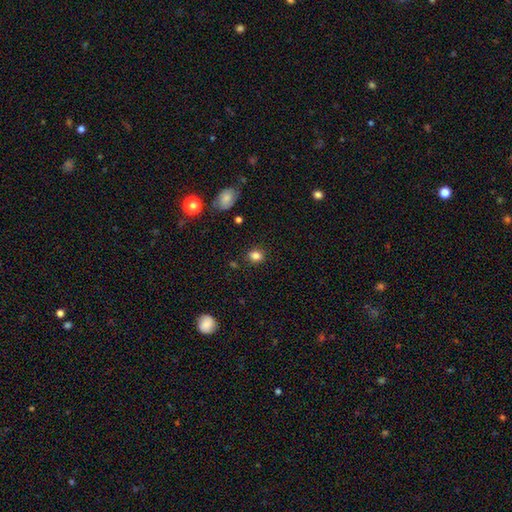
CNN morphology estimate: The model was most divided on "how rounded": round: 52%, in between: 47%, cigar-shaped: 1%. More confident: merging — none (84%); smooth or featured — smooth (83%).